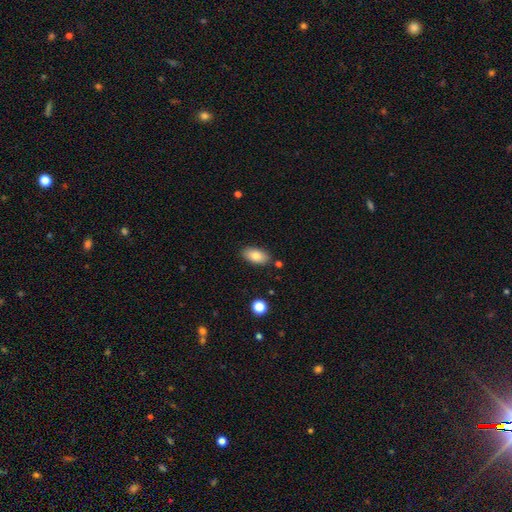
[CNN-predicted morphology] This appears to be a smooth galaxy with no disk features (83%) that is in between round and cigar-shaped (93%). Merging: none (85%).